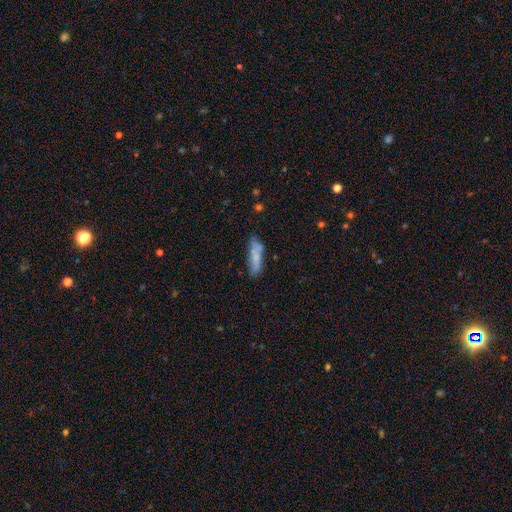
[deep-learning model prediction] A smooth galaxy with no disk features (71%) that is cigar-shaped (63%). Merging: none (61%).